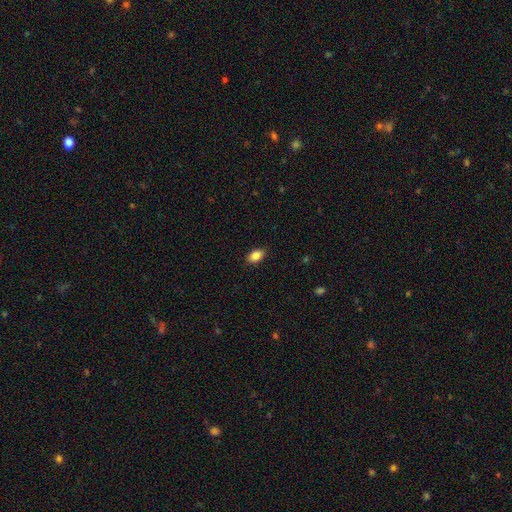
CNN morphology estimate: Smooth or featured? smooth (87%)
How rounded? in between (88%)
Merging? none (88%)